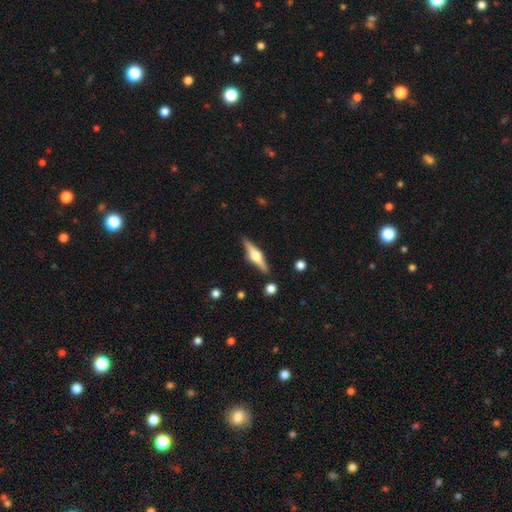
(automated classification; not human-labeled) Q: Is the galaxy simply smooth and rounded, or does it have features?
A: featured or disk — 73%.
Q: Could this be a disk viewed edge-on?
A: yes — 97%.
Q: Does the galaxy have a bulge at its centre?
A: rounded — 94%.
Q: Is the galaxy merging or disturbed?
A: none — 88%.